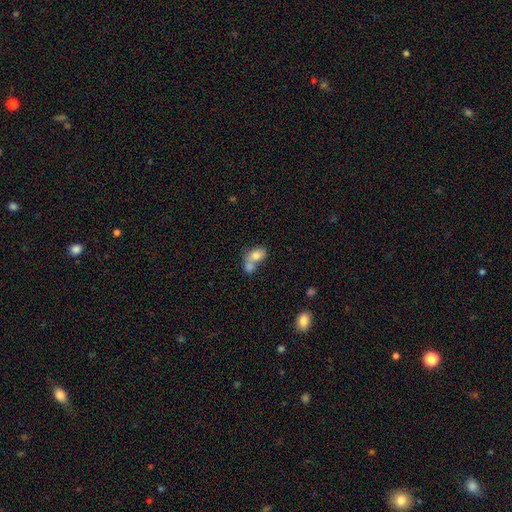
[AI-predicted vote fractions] Smooth or featured?
  - smooth: 73% *
  - featured or disk: 19%
  - star or artifact: 8%
How rounded?
  - in between: 70% *
  - round: 28%
  - cigar-shaped: 2%
Merging?
  - merger: 69% *
  - none: 18%
  - minor disturbance: 7%
  - major disturbance: 6%